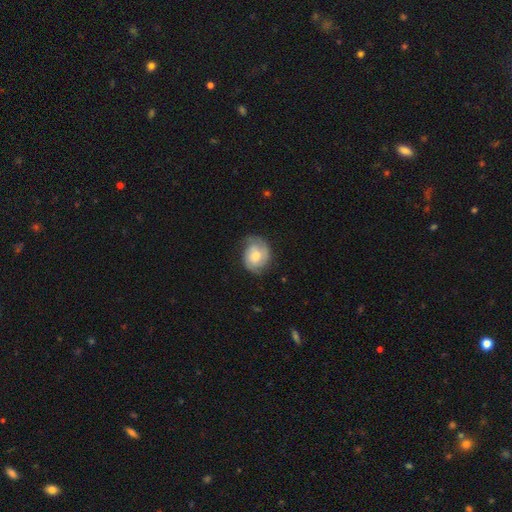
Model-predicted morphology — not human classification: smooth_or_featured: featured or disk (p=0.59) [alt: smooth p=0.35]
disk_edge_on: no (p=0.97) [alt: yes p=0.03]
bar: no (p=0.63) [alt: weak p=0.32]
has_spiral_arms: yes (p=0.89) [alt: no p=0.11]
spiral_winding: tight (p=0.50) [alt: medium p=0.36]
spiral_arm_count: 2 (p=0.66) [alt: can't tell p=0.16]
bulge_size: moderate (p=0.52) [alt: small p=0.30]
merging: none (p=0.62) [alt: minor disturbance p=0.26]